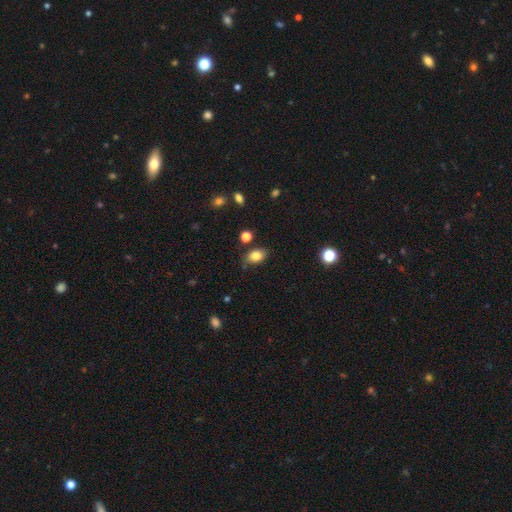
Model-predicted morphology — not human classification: Q: Smooth or featured?
A: smooth (84%); runner-up: star or artifact (10%)
Q: How rounded?
A: in between (78%); runner-up: round (21%)
Q: Merging?
A: none (76%); runner-up: minor disturbance (16%)